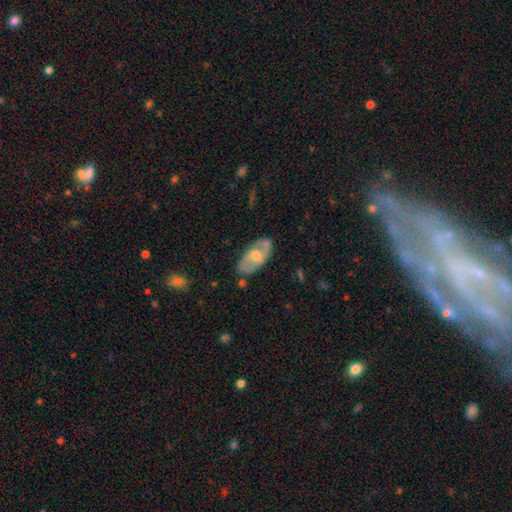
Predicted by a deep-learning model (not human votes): Smooth or featured? Predicted: featured or disk (p=0.59). Edge-on disk? Predicted: no (p=0.90). Bar? Predicted: no (p=0.50). Spiral arms? Predicted: yes (p=0.66). Bulge size? Predicted: moderate (p=0.60). Merging? Predicted: none (p=0.69).